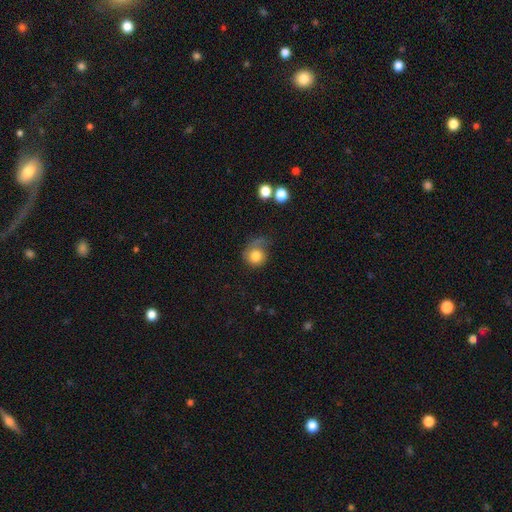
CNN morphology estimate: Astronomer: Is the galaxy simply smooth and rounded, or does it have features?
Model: smooth — 75%.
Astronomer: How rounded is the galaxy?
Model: round — 81%.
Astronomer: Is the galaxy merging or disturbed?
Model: none — 42% (runner-up: minor disturbance, 28%).